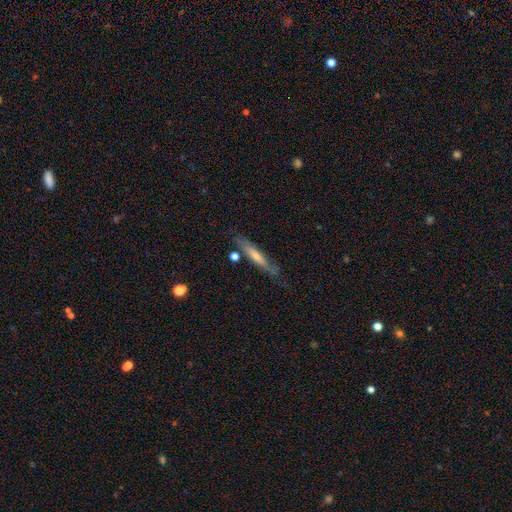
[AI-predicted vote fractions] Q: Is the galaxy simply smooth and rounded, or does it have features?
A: featured or disk — 53%.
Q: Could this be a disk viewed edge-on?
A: yes — 79%.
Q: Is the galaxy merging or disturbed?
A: none — 73%.